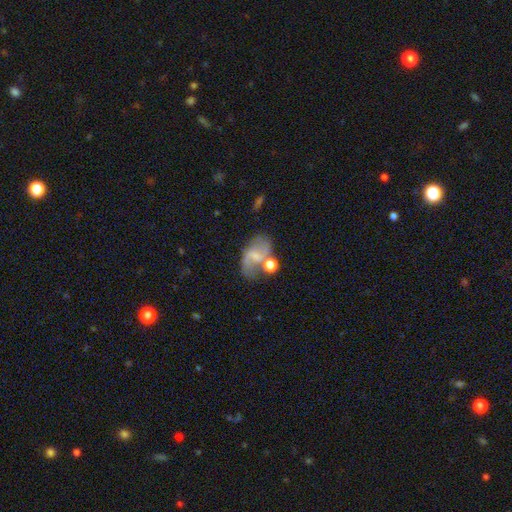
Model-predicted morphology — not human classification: Overall: featured or disk (59%; smooth 31%). Edge-on disk: no (97%). Bar: weak (48%; no 33%). Spiral arms: yes (81%). Bulge size: small (40%; none 33%). Merging: none (47%; minor disturbance 21%).